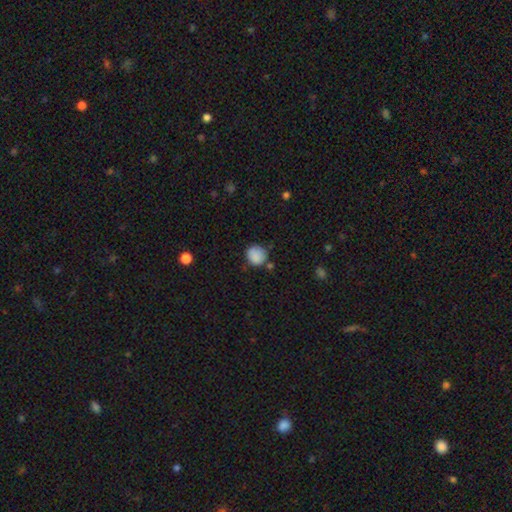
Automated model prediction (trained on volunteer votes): A smooth galaxy with no disk features (86%) that is round (86%).

Vote fractions:
- Smooth or featured? smooth: 86% / star or artifact: 9% / featured or disk: 6%
- How rounded? round: 86% / in between: 13% / cigar-shaped: 1%
- Merging? none: 71% / minor disturbance: 19% / merger: 5% / major disturbance: 4%